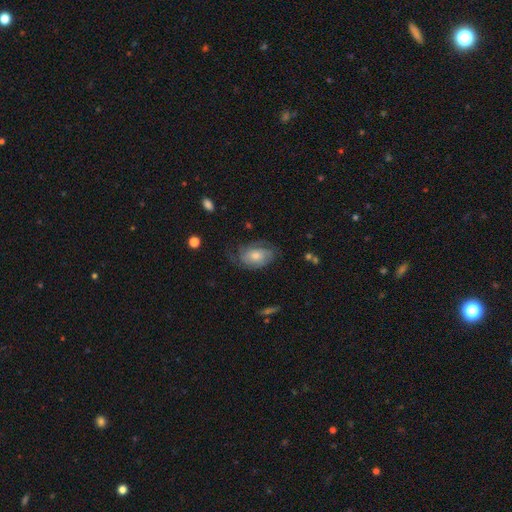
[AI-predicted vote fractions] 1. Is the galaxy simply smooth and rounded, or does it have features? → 60% featured or disk, 33% smooth, 7% star or artifact.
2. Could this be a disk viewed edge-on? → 95% no, 5% yes.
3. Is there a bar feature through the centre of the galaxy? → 73% no, 23% weak, 4% strong.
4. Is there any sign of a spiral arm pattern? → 86% yes, 14% no.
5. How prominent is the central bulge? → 52% moderate, 27% small, 14% large, 5% none, 2% dominant.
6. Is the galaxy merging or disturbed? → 57% none, 25% minor disturbance, 17% major disturbance, 1% merger.